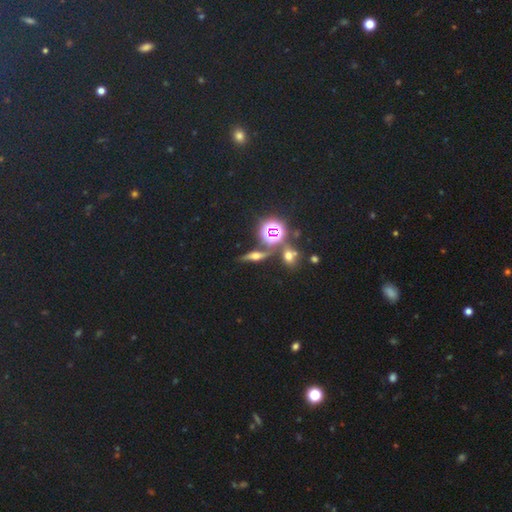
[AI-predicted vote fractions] Smooth or featured: featured or disk — 45% (star or artifact — 28%)
Merging: none — 75% (minor disturbance — 11%)